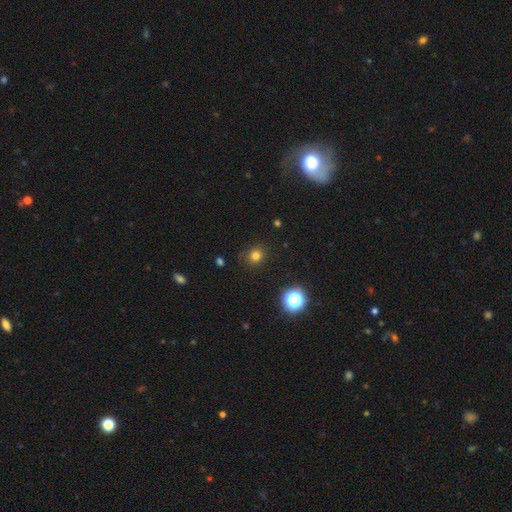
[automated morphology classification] This is likely a smooth galaxy (77%). How rounded: clearly round (85%). Merging: clearly none (85%).